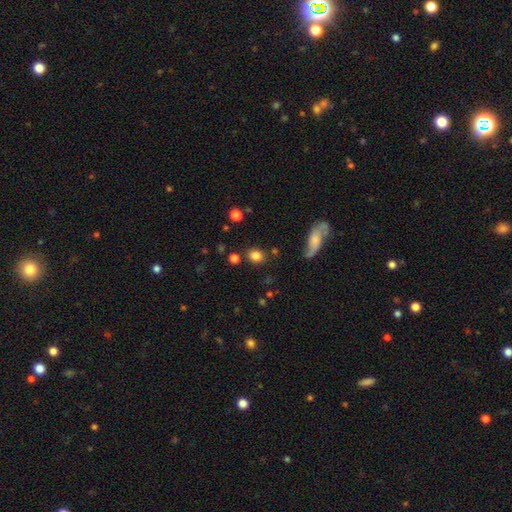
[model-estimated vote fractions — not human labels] Morphology: type=smooth (82%); roundness=round (67%); merging=none (82%).